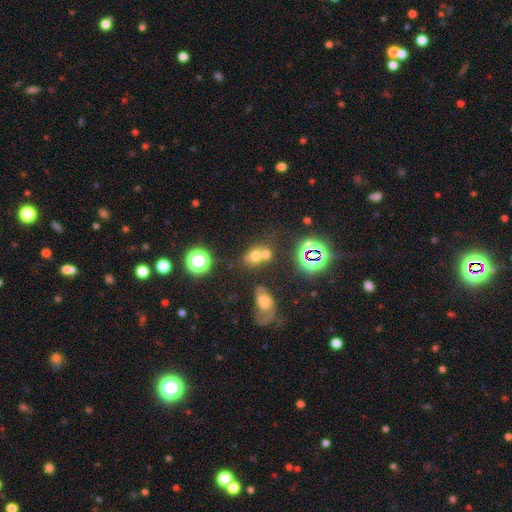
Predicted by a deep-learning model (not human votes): Smooth or featured? Predicted: smooth (p=0.61). How rounded? Predicted: round (p=0.57). Merging? Predicted: merger (p=0.49).